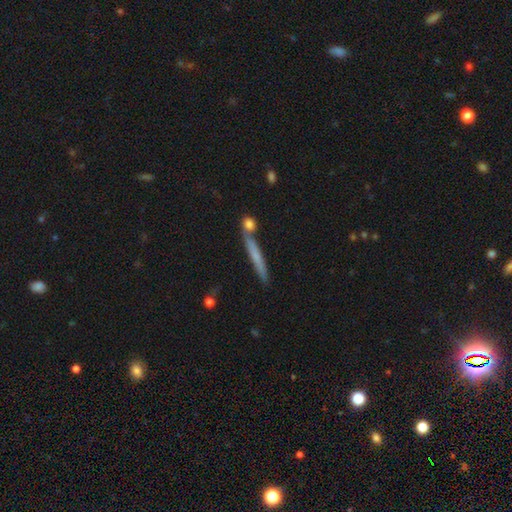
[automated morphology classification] Smooth or featured: smooth — 56% (featured or disk — 36%)
How rounded: cigar-shaped — 95% (in between — 3%)
Merging: none — 71% (merger — 15%)